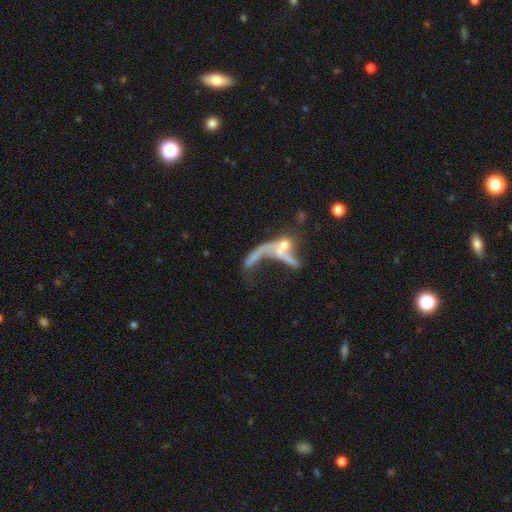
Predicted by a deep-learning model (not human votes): Smooth or featured: featured or disk — 57% (smooth — 29%)
Edge-on disk: no — 87% (yes — 13%)
Merging: merger — 50% (major disturbance — 29%)